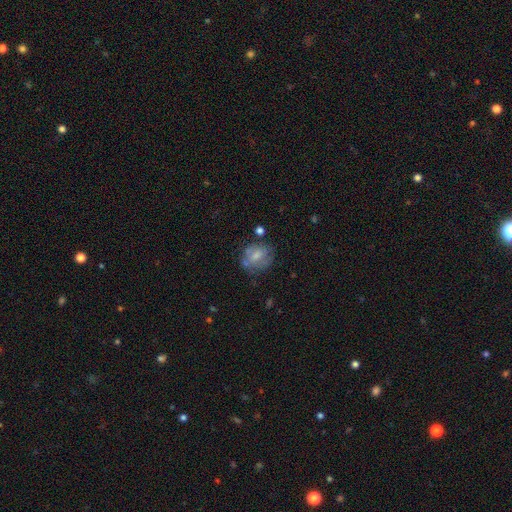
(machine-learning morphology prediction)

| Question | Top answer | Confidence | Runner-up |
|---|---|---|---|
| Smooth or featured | smooth | 59% | featured or disk (32%) |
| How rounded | round | 53% | in between (46%) |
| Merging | none | 52% | minor disturbance (26%) |